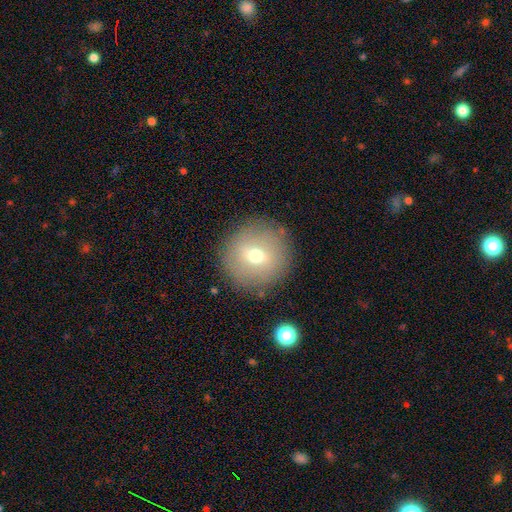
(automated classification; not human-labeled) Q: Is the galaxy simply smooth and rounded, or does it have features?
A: smooth — 62%.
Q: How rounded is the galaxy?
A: round — 94%.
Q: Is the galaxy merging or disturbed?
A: none — 86%.